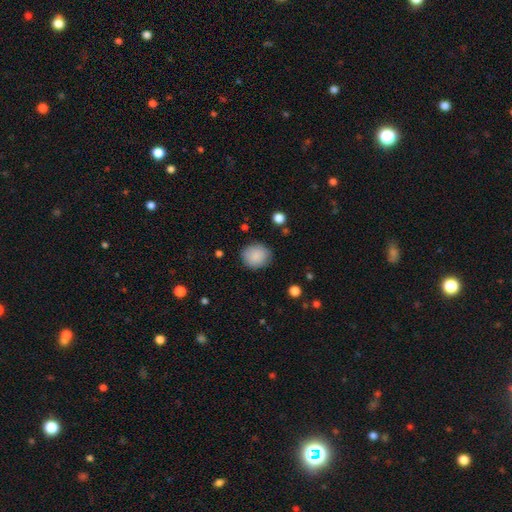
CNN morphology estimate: type=smooth (87%); roundness=round (81%); merging=none (83%).